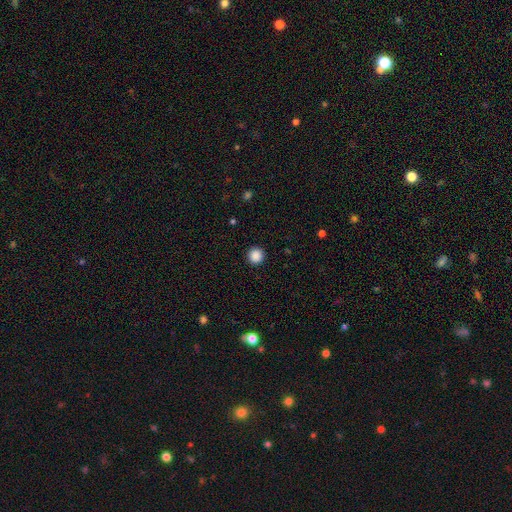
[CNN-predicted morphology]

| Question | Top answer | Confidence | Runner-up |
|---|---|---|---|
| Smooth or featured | smooth | 88% | star or artifact (10%) |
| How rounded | round | 95% | in between (4%) |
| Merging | none | 93% | minor disturbance (5%) |